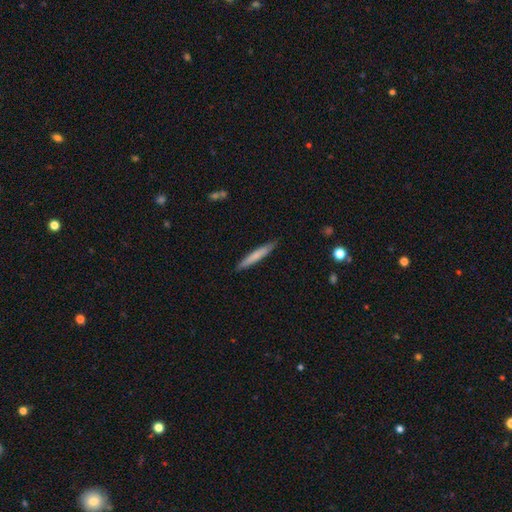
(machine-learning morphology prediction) smooth 71%, featured or disk 24%, star or artifact 6%. Down the decision tree: how rounded — cigar-shaped (95%); merging — none (88%).